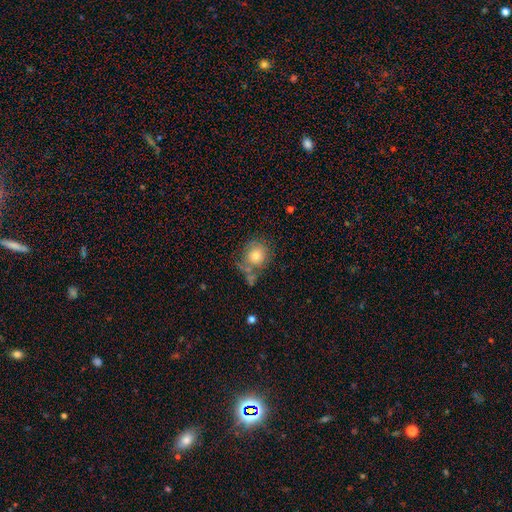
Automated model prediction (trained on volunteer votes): smooth-or-featured: smooth: 76% | featured or disk: 14% | star or artifact: 10%
  how-rounded: round: 83% | in between: 16% | cigar-shaped: 1%
  merging: none: 57% | minor disturbance: 18% | merger: 16% | major disturbance: 9%